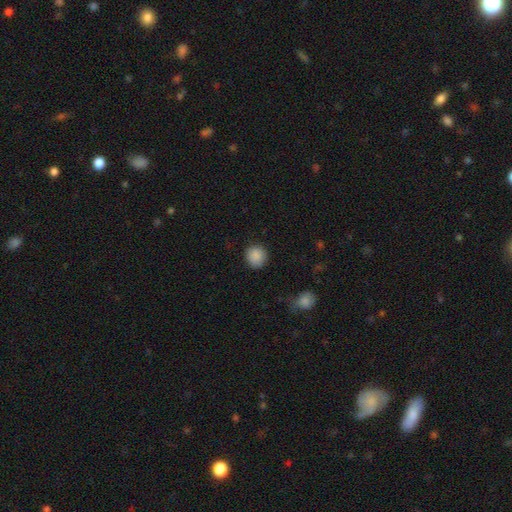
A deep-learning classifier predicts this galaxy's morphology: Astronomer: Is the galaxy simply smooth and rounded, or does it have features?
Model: smooth — 88%.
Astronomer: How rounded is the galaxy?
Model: round — 87%.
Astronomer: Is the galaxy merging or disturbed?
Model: none — 86%.